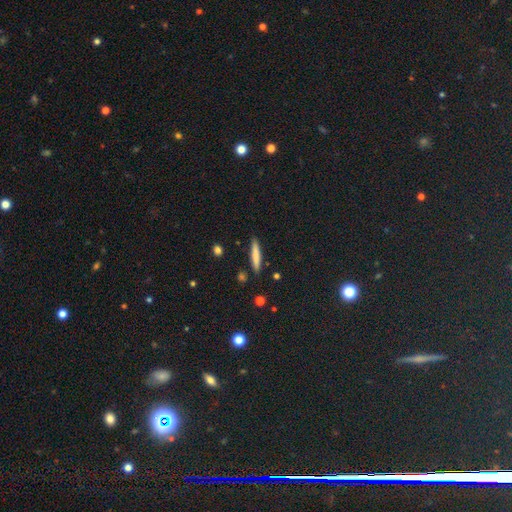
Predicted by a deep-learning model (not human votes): Overall: smooth (75%). How rounded: cigar-shaped (92%). Merging: none (88%).